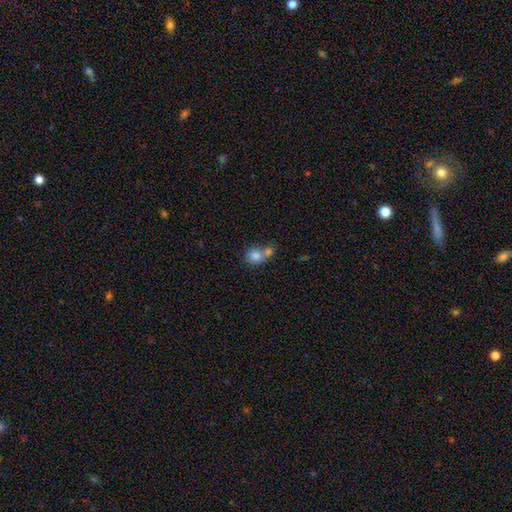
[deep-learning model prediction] Smooth or featured?
  - smooth: 80% *
  - featured or disk: 11%
  - star or artifact: 9%
How rounded?
  - round: 71% *
  - in between: 28%
  - cigar-shaped: 1%
Merging?
  - merger: 56% *
  - none: 32%
  - minor disturbance: 9%
  - major disturbance: 4%